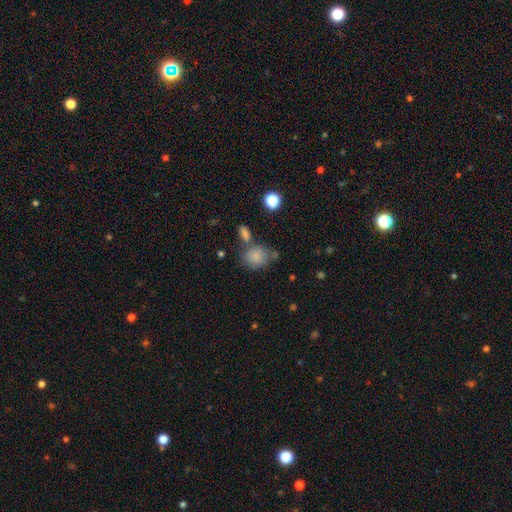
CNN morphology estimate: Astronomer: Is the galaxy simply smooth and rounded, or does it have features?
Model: smooth — 82%.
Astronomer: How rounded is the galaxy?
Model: round — 55% (runner-up: in between, 44%).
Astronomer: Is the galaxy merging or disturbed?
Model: none — 56%.